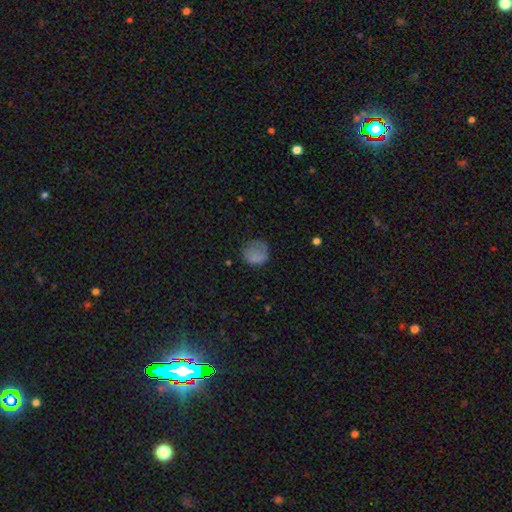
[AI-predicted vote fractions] The model was most divided on "merging": none: 51%, minor disturbance: 28%, major disturbance: 20%, merger: 2%. More confident: smooth or featured — smooth (77%); how rounded — round (76%).